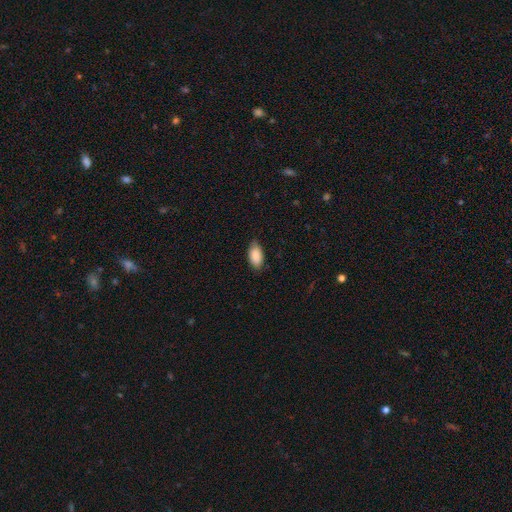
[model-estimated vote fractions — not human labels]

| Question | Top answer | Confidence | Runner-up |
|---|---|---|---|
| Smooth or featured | smooth | 88% | star or artifact (6%) |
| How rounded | in between | 94% | round (3%) |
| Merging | none | 80% | minor disturbance (17%) |